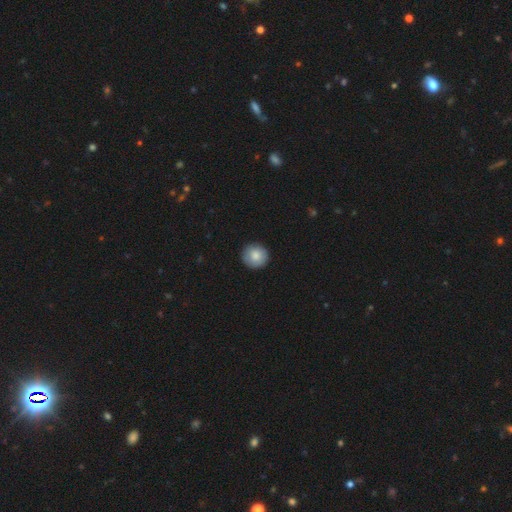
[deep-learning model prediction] smooth_or_featured: smooth (p=0.82) [alt: featured or disk p=0.11]
how_rounded: round (p=0.94) [alt: in between p=0.05]
merging: none (p=0.90) [alt: minor disturbance p=0.08]